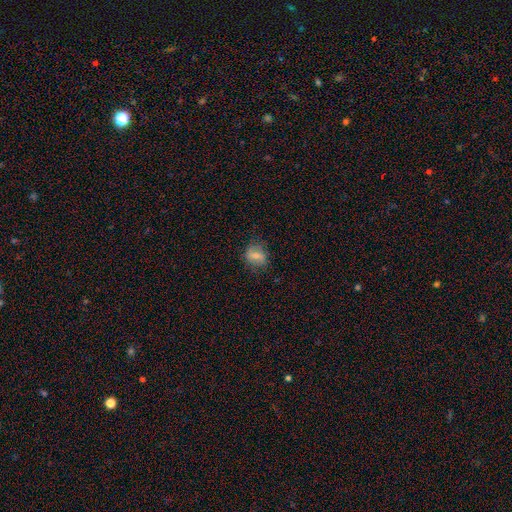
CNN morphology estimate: Smooth or featured?
  - smooth: 56% *
  - featured or disk: 33%
  - star or artifact: 10%
How rounded?
  - round: 52% *
  - in between: 46%
  - cigar-shaped: 3%
Merging?
  - none: 71% *
  - minor disturbance: 20%
  - major disturbance: 7%
  - merger: 1%